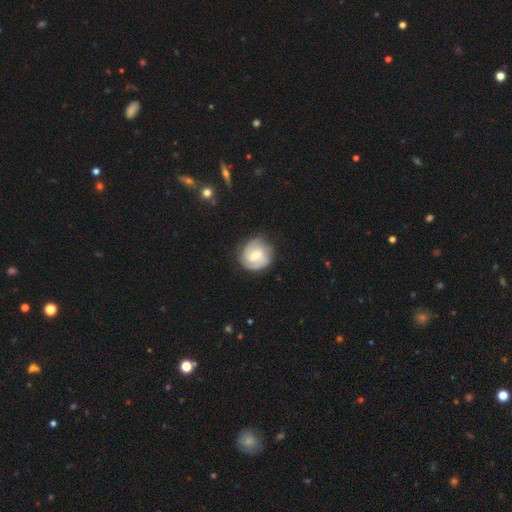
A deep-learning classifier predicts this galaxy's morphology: This is likely a featured or disk galaxy (68%). It is clearly not viewed edge-on (98%). Bar: possibly weak (53%). Spiral arm pattern: clearly yes (92%). Spiral arm count: possibly 2 (50%). Spiral winding: possibly tight (54%). Central bulge: possibly moderate (52%). Merging: likely none (79%).